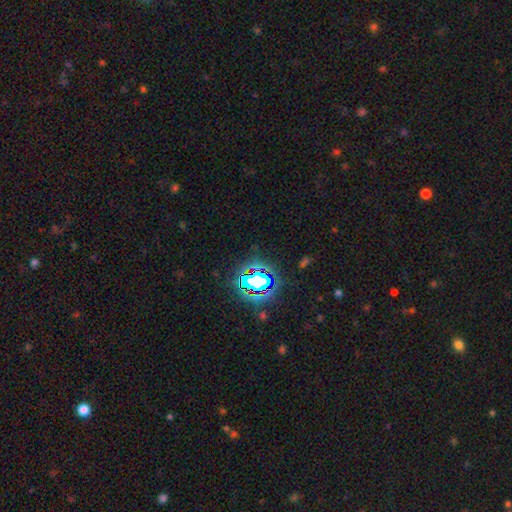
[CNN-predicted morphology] smooth-or-featured: star or artifact: 76% | smooth: 15% | featured or disk: 9%